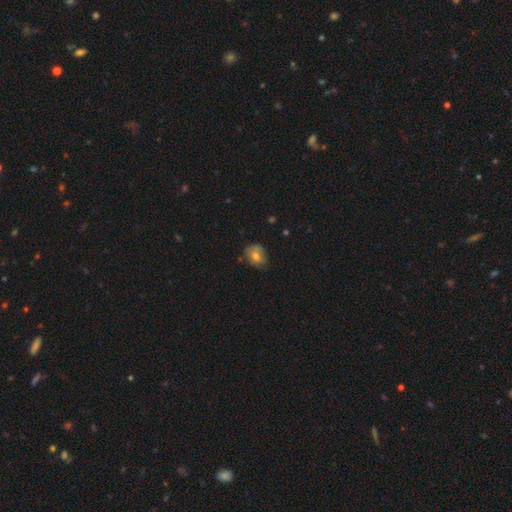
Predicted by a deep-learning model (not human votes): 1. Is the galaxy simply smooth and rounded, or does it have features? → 71% smooth, 19% featured or disk, 10% star or artifact.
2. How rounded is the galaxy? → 53% in between, 46% round, 1% cigar-shaped.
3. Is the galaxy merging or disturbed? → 60% none, 29% minor disturbance, 7% major disturbance, 4% merger.